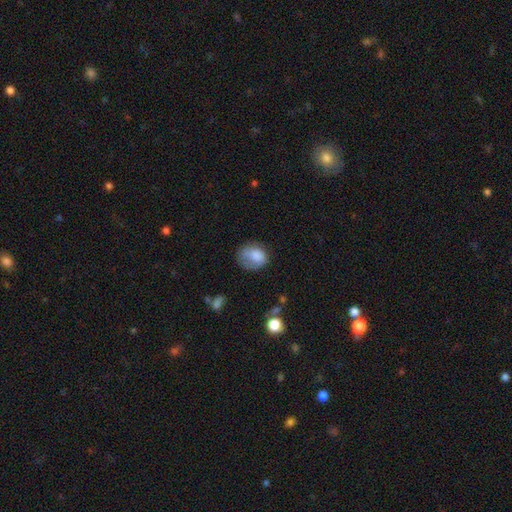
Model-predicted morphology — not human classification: Overall: smooth (77%). How rounded: round (55%; in between 44%). Merging: none (46%; minor disturbance 31%).